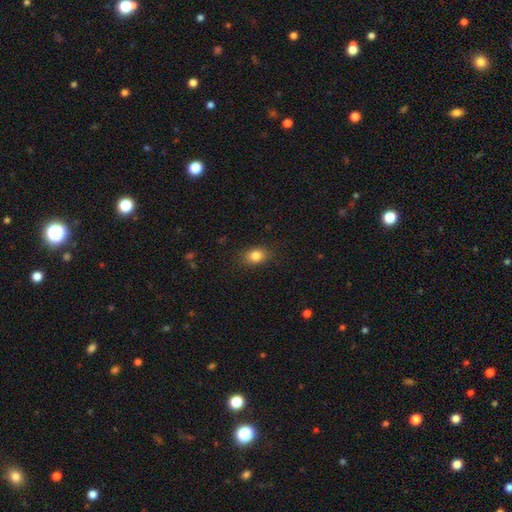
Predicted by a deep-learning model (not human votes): smooth-or-featured: smooth: 84% | star or artifact: 10% | featured or disk: 6%
  how-rounded: in between: 68% | round: 31% | cigar-shaped: 2%
  merging: none: 84% | minor disturbance: 12% | major disturbance: 3% | merger: 1%